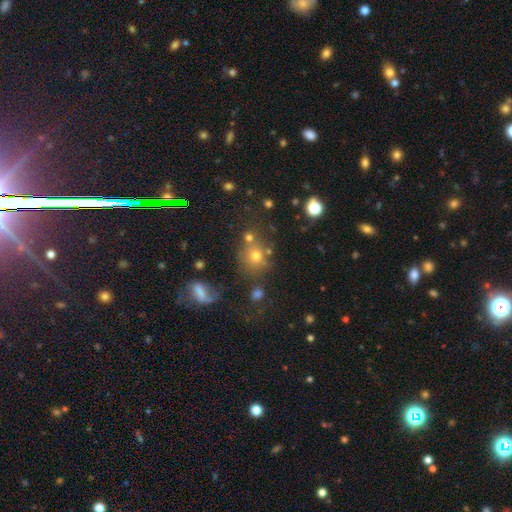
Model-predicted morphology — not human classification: Smooth or featured? smooth (65%)
How rounded? round (75%)
Merging? none (58%)